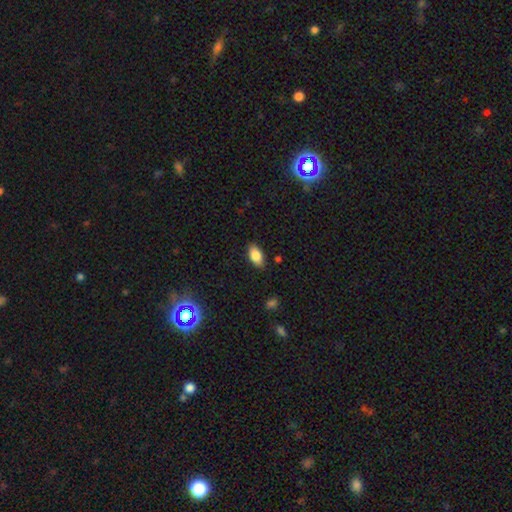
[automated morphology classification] type=smooth (84%); roundness=in between (91%); merging=none (85%).